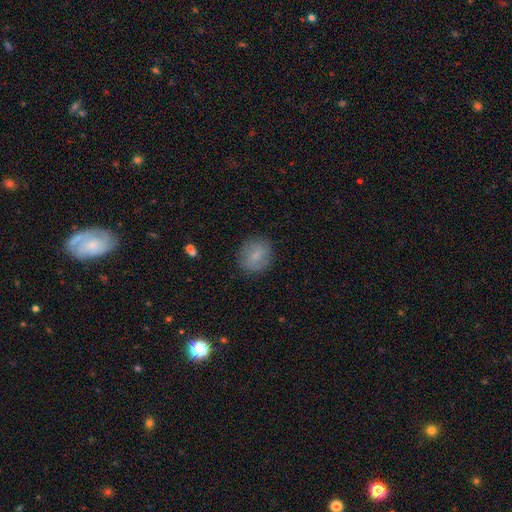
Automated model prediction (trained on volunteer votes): Smooth or featured? smooth (73%)
How rounded? round (74%)
Merging? none (85%)